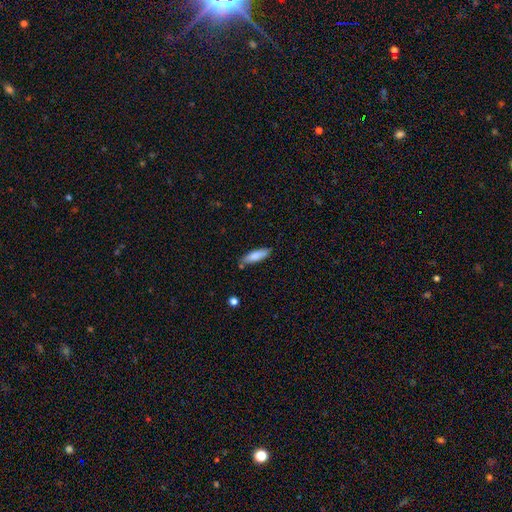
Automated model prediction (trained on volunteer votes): smooth_or_featured: smooth (p=0.79) [alt: featured or disk p=0.15]
how_rounded: cigar-shaped (p=0.56) [alt: in between p=0.43]
merging: none (p=0.78) [alt: minor disturbance p=0.15]